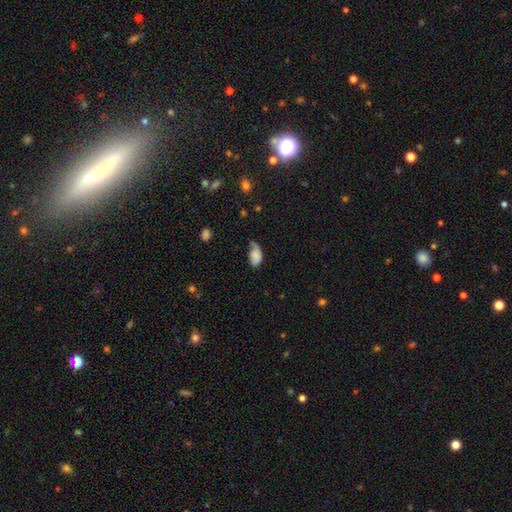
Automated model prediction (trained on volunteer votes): smooth_or_featured: smooth (p=0.69) [alt: featured or disk p=0.23]
how_rounded: in between (p=0.91) [alt: round p=0.07]
merging: minor disturbance (p=0.38) [alt: none p=0.31]